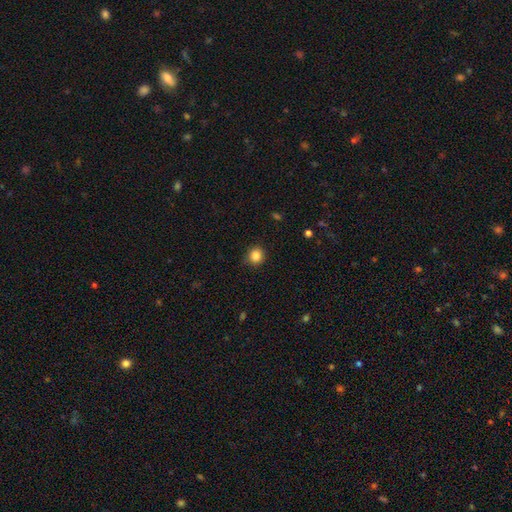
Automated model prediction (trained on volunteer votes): Smooth or featured? Predicted: smooth (p=0.85). How rounded? Predicted: round (p=0.87). Merging? Predicted: none (p=0.88).